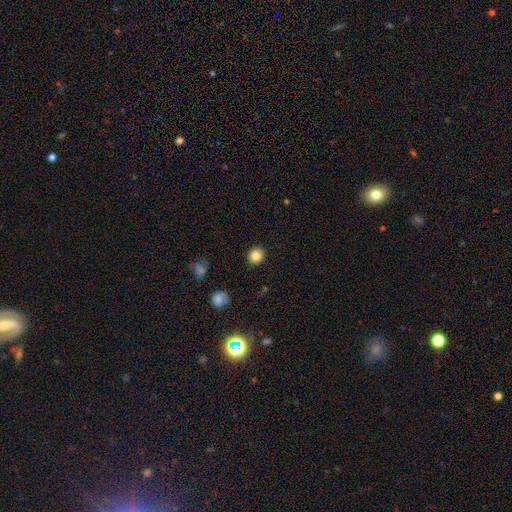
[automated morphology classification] This appears to be a smooth galaxy with no disk features (83%) that is round (84%). Merging: none (91%).